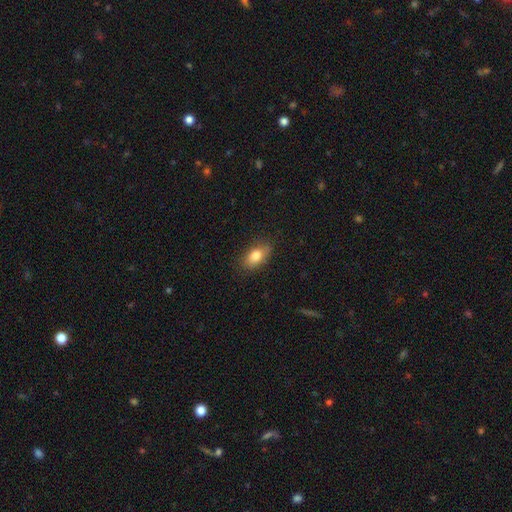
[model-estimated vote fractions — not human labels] smooth_or_featured: smooth (p=0.82) [alt: featured or disk p=0.10]
how_rounded: in between (p=0.87) [alt: round p=0.08]
merging: none (p=0.80) [alt: minor disturbance p=0.16]